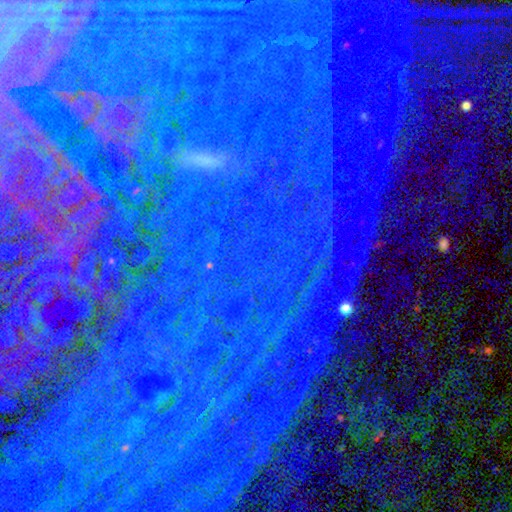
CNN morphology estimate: Q: Smooth or featured?
A: star or artifact (78%); runner-up: featured or disk (14%)